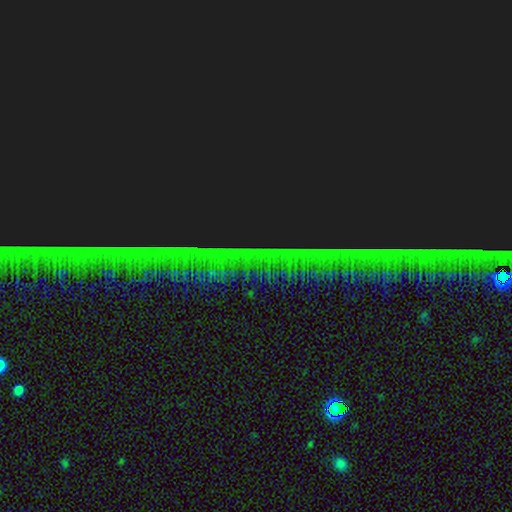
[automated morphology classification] Overall: star or artifact (87%).